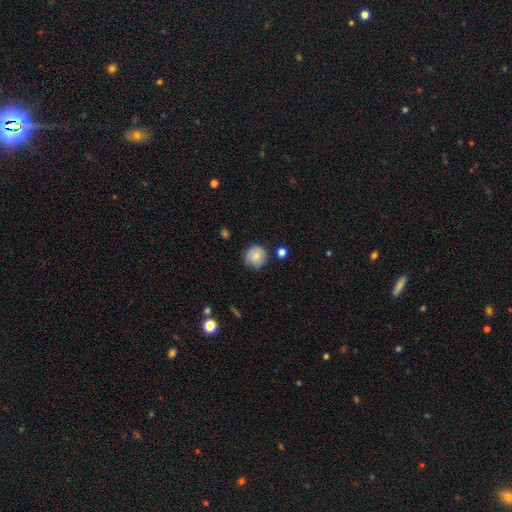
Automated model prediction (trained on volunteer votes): The model was most divided on "merging": none: 77%, minor disturbance: 18%, major disturbance: 3%, merger: 3%. More confident: how rounded — round (93%); smooth or featured — smooth (81%).